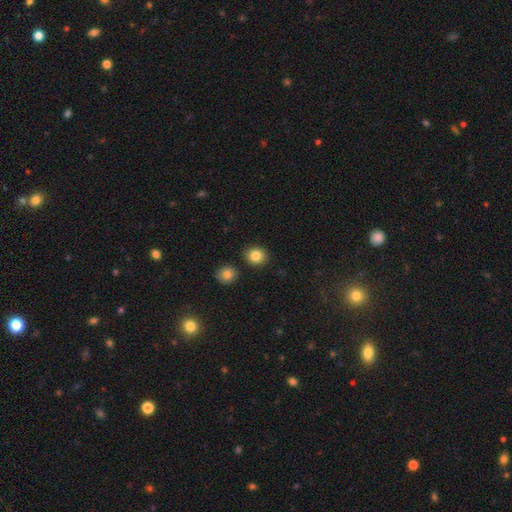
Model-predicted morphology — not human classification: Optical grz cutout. It shows a smooth galaxy with no disk features (85%) that is round (76%). Merging: none (87%).